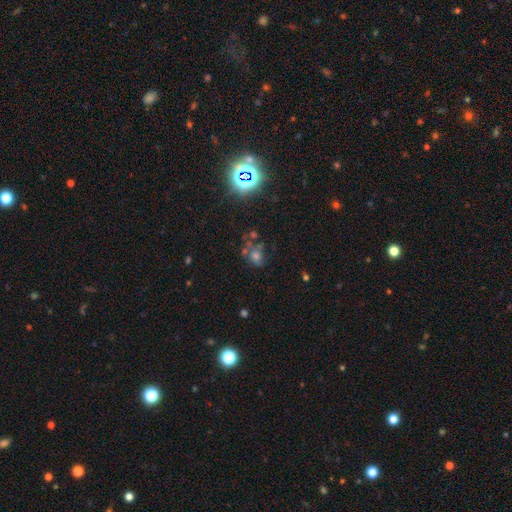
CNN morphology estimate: This is marginally a smooth galaxy (40%). Merging: marginally none (40%).